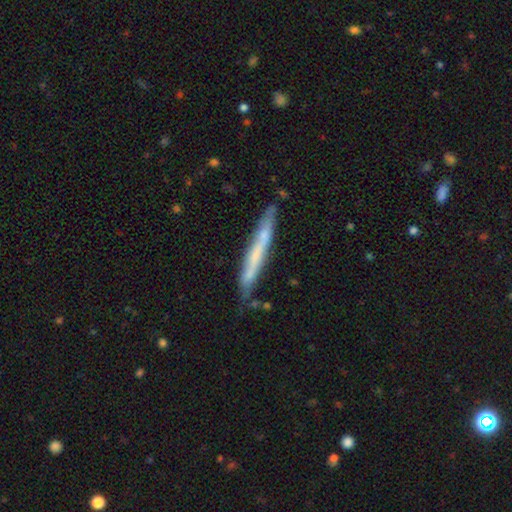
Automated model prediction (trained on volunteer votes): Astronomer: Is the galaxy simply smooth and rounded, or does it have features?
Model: featured or disk — 48% (runner-up: smooth, 46%).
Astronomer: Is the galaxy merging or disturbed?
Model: none — 73%.